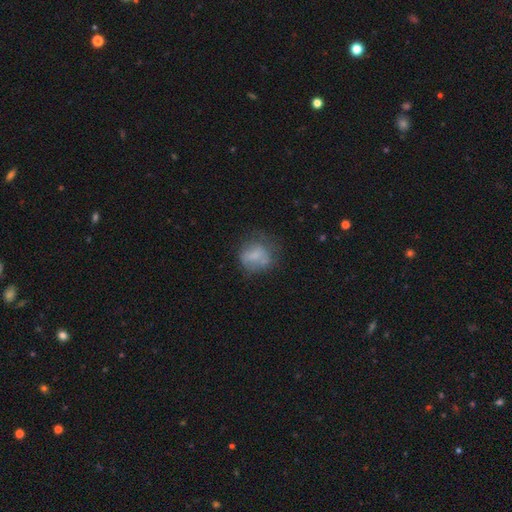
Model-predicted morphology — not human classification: A smooth galaxy with no disk features (62%) that is round (65%). Merging: none (47%).